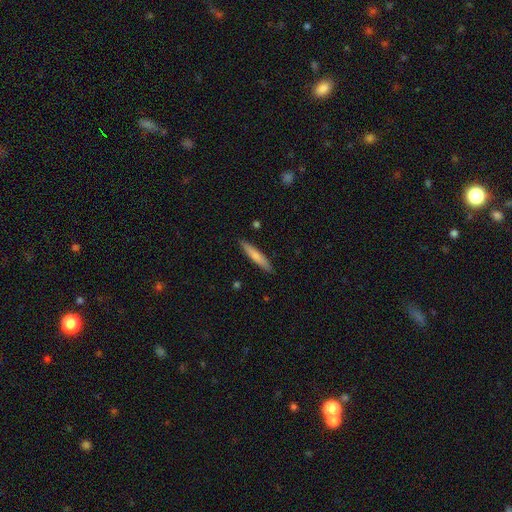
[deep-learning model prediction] smooth 73%, featured or disk 22%, star or artifact 5%. Down the decision tree: how rounded — cigar-shaped (91%); merging — none (89%).